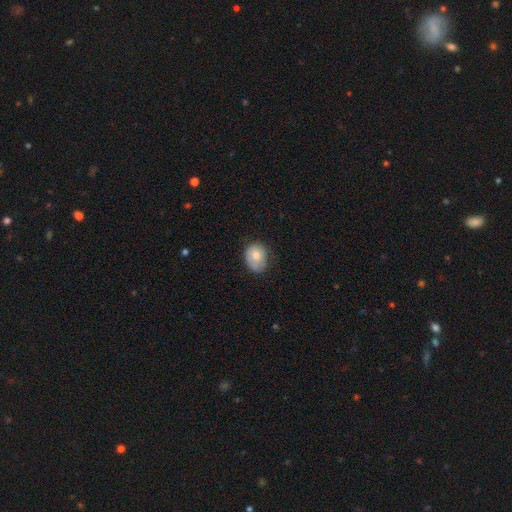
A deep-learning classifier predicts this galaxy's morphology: smooth_or_featured: smooth (p=0.71) [alt: featured or disk p=0.22]
how_rounded: in between (p=0.50) [alt: round p=0.49]
merging: none (p=0.59) [alt: minor disturbance p=0.31]